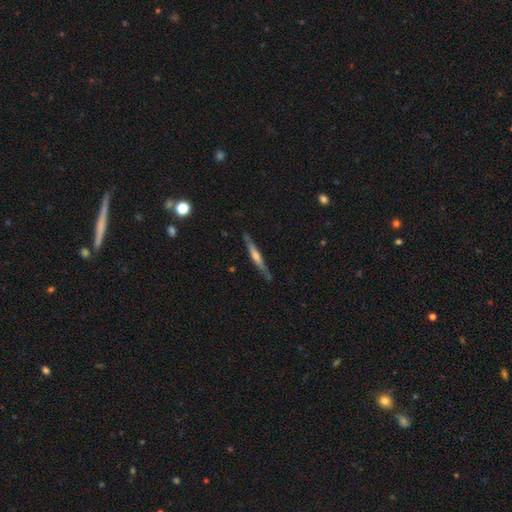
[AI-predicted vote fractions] smooth_or_featured: featured or disk (p=0.68) [alt: smooth p=0.26]
disk_edge_on: yes (p=0.97) [alt: no p=0.03]
edge_on_bulge: rounded (p=0.64) [alt: none p=0.22]
merging: none (p=0.85) [alt: minor disturbance p=0.11]